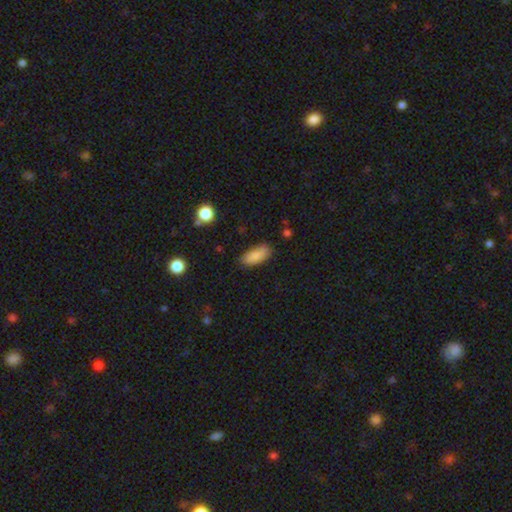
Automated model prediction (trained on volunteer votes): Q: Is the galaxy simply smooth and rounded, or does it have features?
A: smooth — 85%.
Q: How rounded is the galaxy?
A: in between — 85%.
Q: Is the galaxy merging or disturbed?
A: none — 79%.